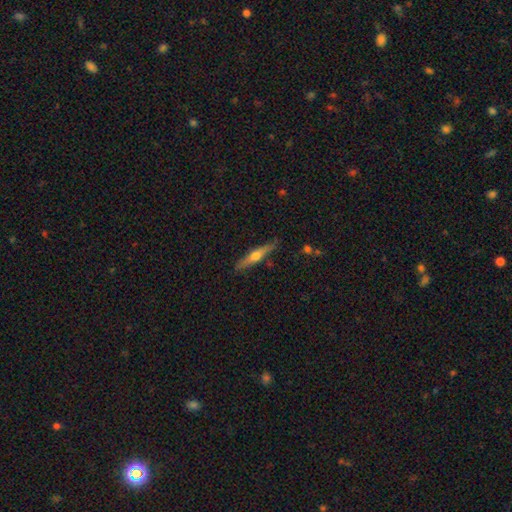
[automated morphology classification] smooth_or_featured: featured or disk (p=0.58) [alt: smooth p=0.36]
disk_edge_on: yes (p=0.96) [alt: no p=0.04]
edge_on_bulge: rounded (p=0.91) [alt: none p=0.06]
merging: none (p=0.86) [alt: minor disturbance p=0.10]